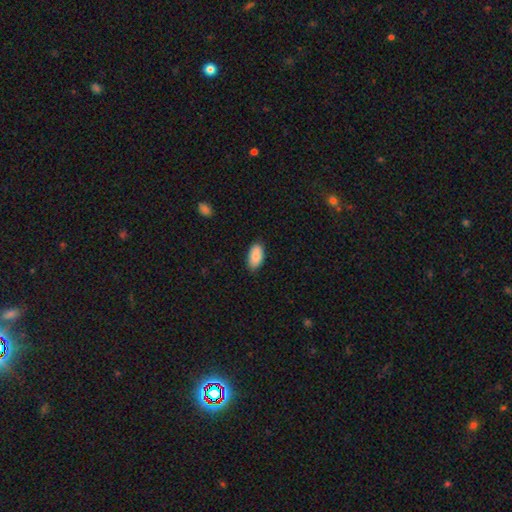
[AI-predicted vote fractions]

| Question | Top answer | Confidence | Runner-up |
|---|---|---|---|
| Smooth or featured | smooth | 89% | star or artifact (6%) |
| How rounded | in between | 94% | cigar-shaped (3%) |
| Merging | none | 86% | minor disturbance (11%) |